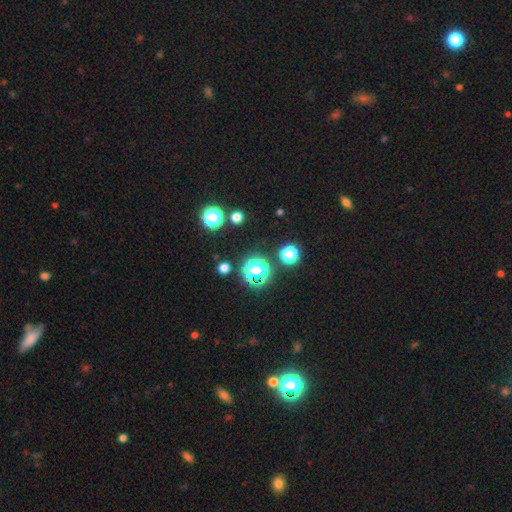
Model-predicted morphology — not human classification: The model was most divided on "smooth or featured": star or artifact: 74%, smooth: 19%, featured or disk: 7%.